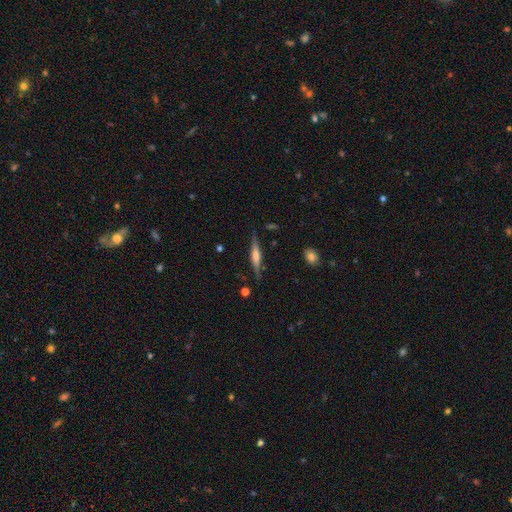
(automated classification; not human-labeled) A featured or disk galaxy (68%) viewed edge-on (97%) with a rounded central bulge (67%). Merging: none (86%).